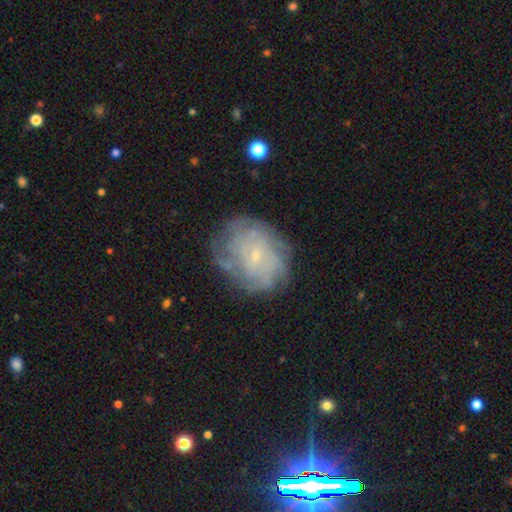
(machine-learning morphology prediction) Smooth or featured? featured or disk (72%)
Edge-on disk? no (97%)
Bar? no (76%)
Spiral arms? yes (86%)
Spiral winding? tight (69%)
Spiral arm count? can't tell (49%)
Bulge size? small (85%)
Merging? none (73%)